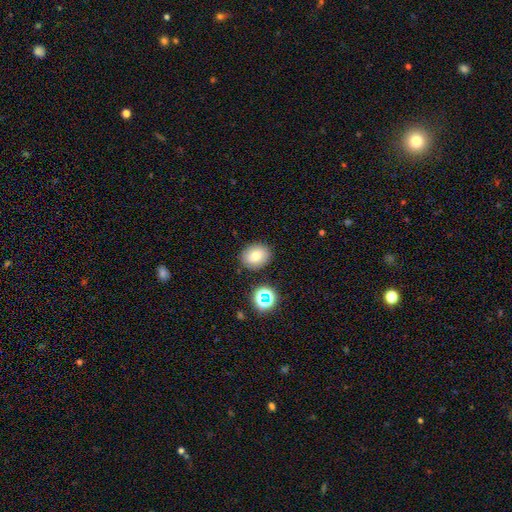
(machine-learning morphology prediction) smooth_or_featured: smooth (p=0.73) [alt: star or artifact p=0.14]
how_rounded: round (p=0.54) [alt: in between p=0.45]
merging: none (p=0.84) [alt: minor disturbance p=0.10]